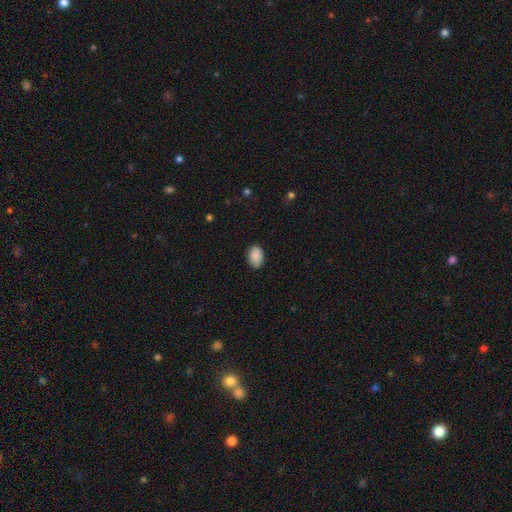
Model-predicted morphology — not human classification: smooth_or_featured: smooth (p=0.90) [alt: star or artifact p=0.07]
how_rounded: in between (p=0.88) [alt: round p=0.11]
merging: none (p=0.86) [alt: minor disturbance p=0.11]